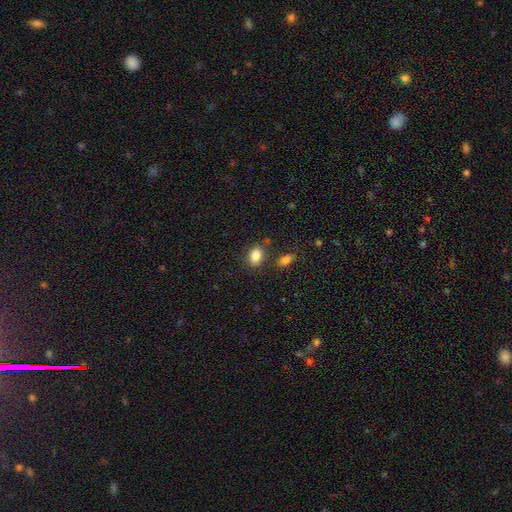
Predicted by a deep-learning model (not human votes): A smooth galaxy with no disk features (84%) that is in between round and cigar-shaped (80%). Merging: none (77%).